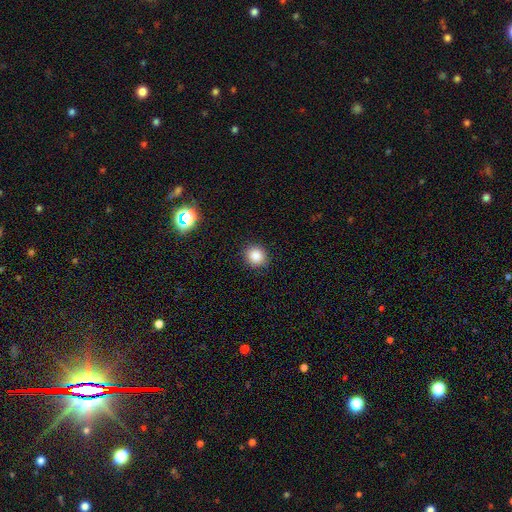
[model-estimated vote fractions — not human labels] A smooth galaxy with no disk features (85%) that is round (81%).

Vote fractions:
- Smooth or featured? smooth: 85% / star or artifact: 11% / featured or disk: 4%
- How rounded? round: 81% / in between: 18% / cigar-shaped: 1%
- Merging? none: 88% / minor disturbance: 8% / major disturbance: 2% / merger: 1%